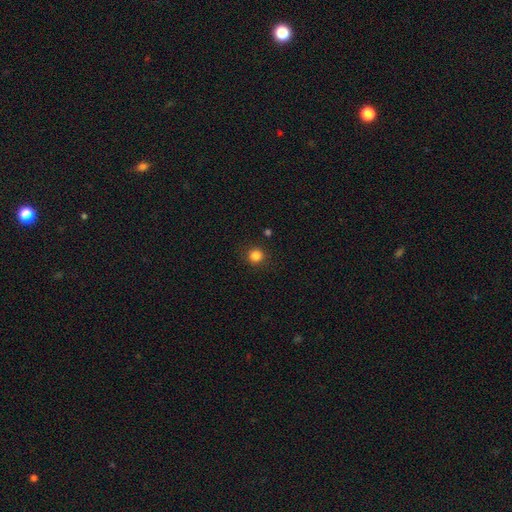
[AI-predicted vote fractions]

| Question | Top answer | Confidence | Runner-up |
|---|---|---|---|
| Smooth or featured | smooth | 84% | star or artifact (12%) |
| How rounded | round | 93% | in between (6%) |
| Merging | none | 90% | minor disturbance (6%) |